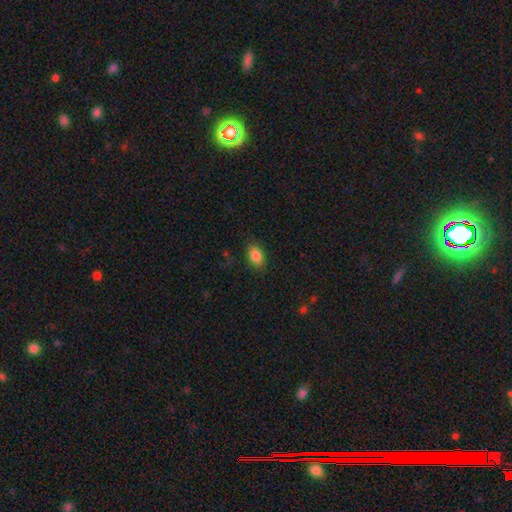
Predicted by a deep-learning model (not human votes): Overall: smooth (85%). How rounded: in between (87%). Merging: none (86%).